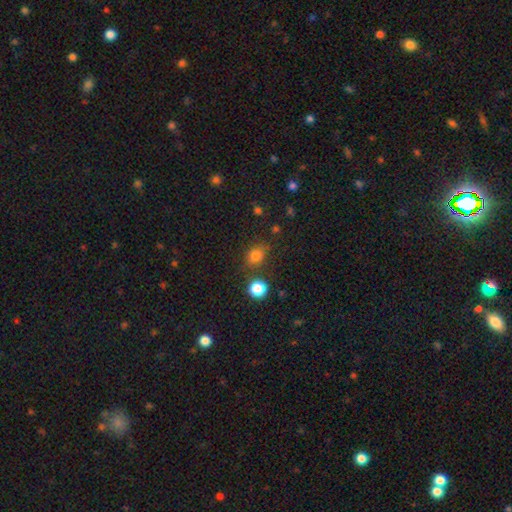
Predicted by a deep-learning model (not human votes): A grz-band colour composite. It shows a smooth galaxy with no disk features (78%) that is round (57%). Merging: none (75%).